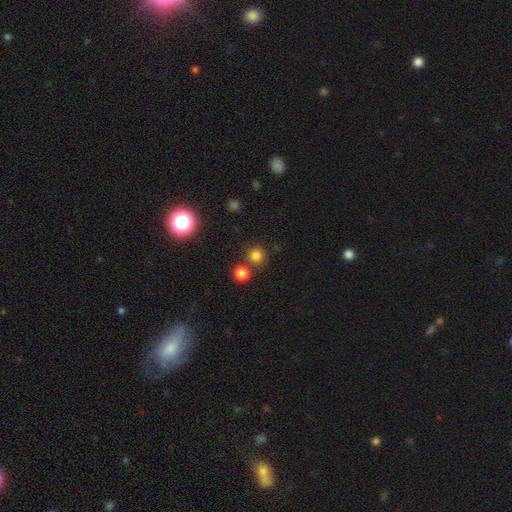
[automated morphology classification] Q: Smooth or featured?
A: smooth (79%); runner-up: star or artifact (17%)
Q: How rounded?
A: round (94%); runner-up: in between (5%)
Q: Merging?
A: none (78%); runner-up: merger (12%)